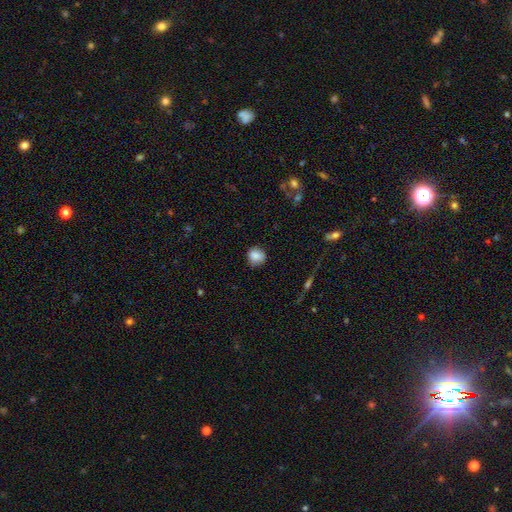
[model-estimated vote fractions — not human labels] A smooth galaxy with no disk features (85%) that is round (86%). Merging: none (79%).